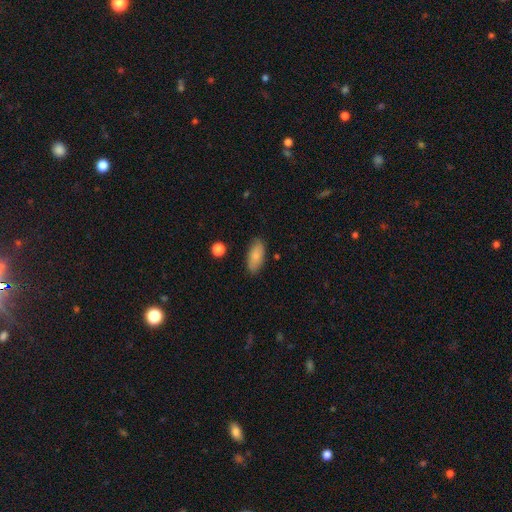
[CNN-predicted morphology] Overall: smooth (83%). How rounded: in between (86%). Merging: none (84%).